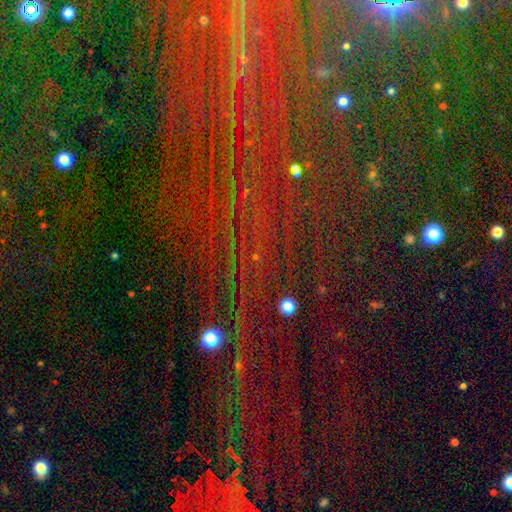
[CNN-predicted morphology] star or artifact 76%, featured or disk 13%, smooth 11%.